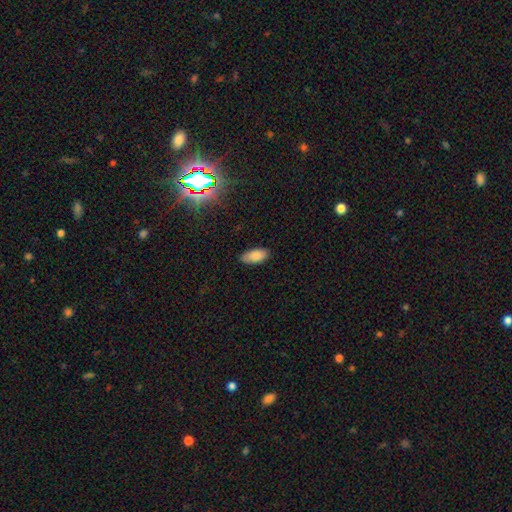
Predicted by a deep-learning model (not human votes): Morphology: type=smooth (84%); roundness=in between (91%); merging=none (85%).